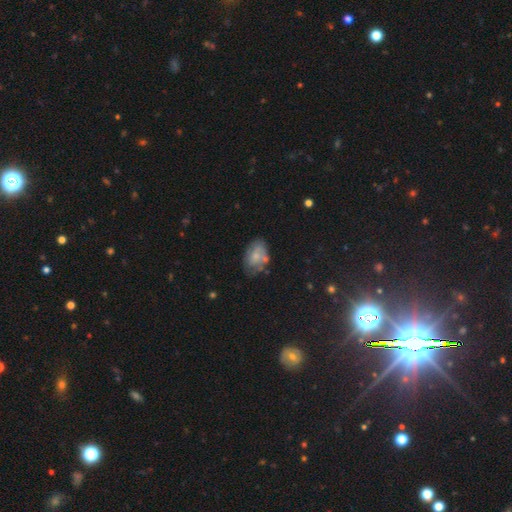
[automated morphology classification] A smooth galaxy with no disk features (57%) that is in between round and cigar-shaped (86%). Merging: none (49%).